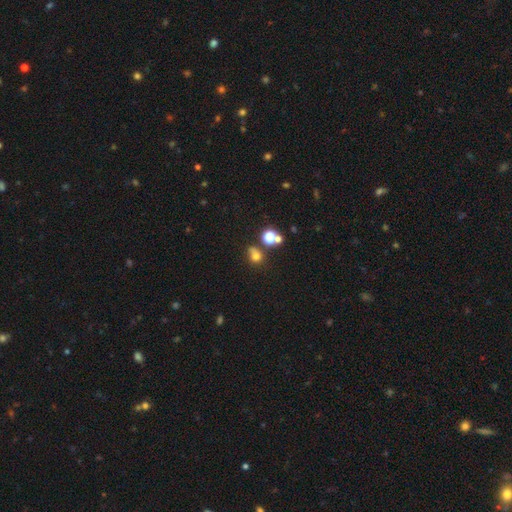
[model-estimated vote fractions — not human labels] Smooth or featured?
  - smooth: 69% *
  - star or artifact: 20%
  - featured or disk: 10%
How rounded?
  - round: 74% *
  - in between: 25%
  - cigar-shaped: 1%
Merging?
  - none: 53% *
  - merger: 21%
  - minor disturbance: 17%
  - major disturbance: 10%